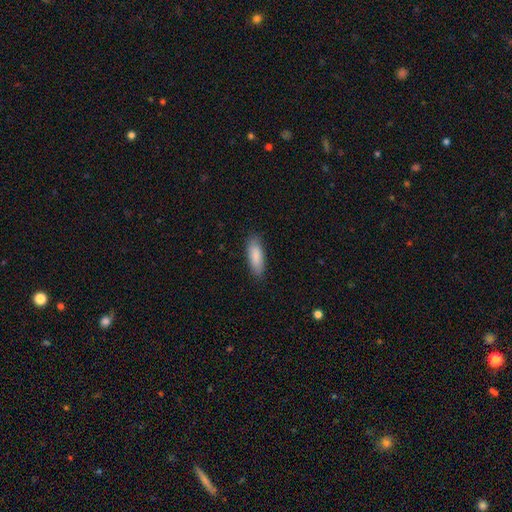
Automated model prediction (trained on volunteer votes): smooth_or_featured: smooth (p=0.88) [alt: featured or disk p=0.06]
how_rounded: in between (p=0.64) [alt: cigar-shaped p=0.34]
merging: none (p=0.86) [alt: minor disturbance p=0.11]